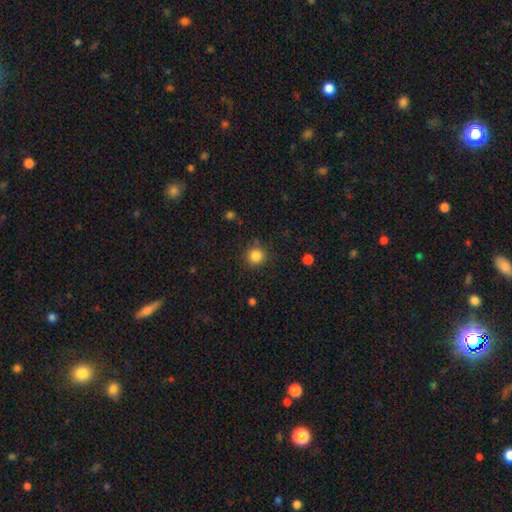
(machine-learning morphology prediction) This appears to be a smooth galaxy with no disk features (85%) that is round (93%). Merging: none (86%).